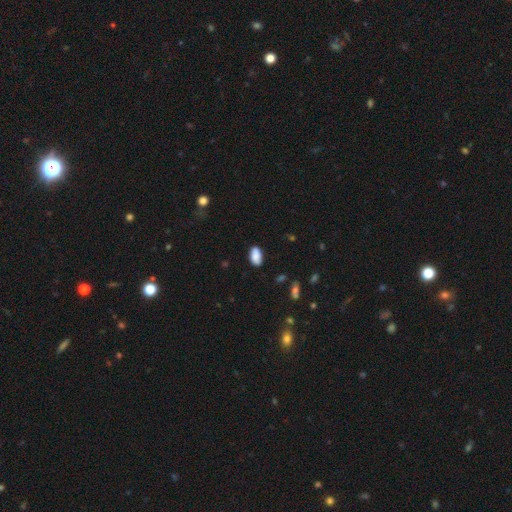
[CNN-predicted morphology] Smooth or featured? smooth (86%)
How rounded? in between (93%)
Merging? none (81%)